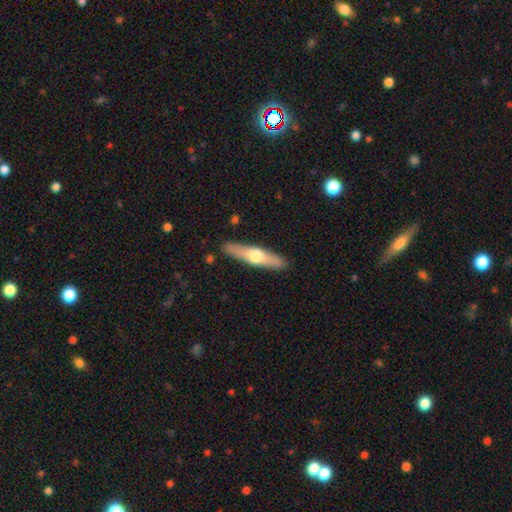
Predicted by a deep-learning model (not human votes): The model was most divided on "smooth or featured": featured or disk: 51%, smooth: 44%, star or artifact: 5%. More confident: edge-on disk — yes (91%); merging — none (89%).